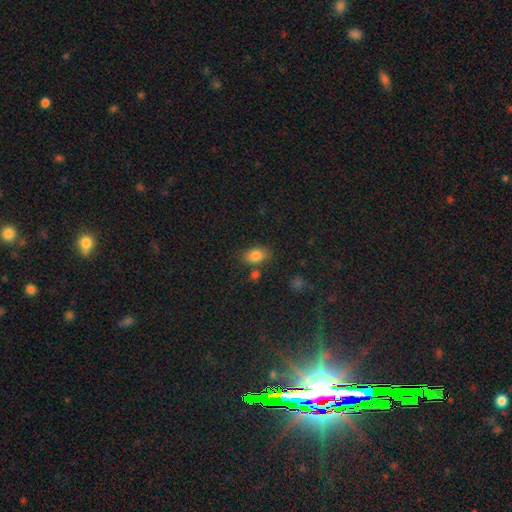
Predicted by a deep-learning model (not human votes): A smooth galaxy with no disk features (83%) that is in between round and cigar-shaped (84%).

Vote fractions:
- Smooth or featured? smooth: 83% / star or artifact: 9% / featured or disk: 8%
- How rounded? in between: 84% / round: 14% / cigar-shaped: 2%
- Merging? none: 73% / minor disturbance: 14% / merger: 8% / major disturbance: 4%